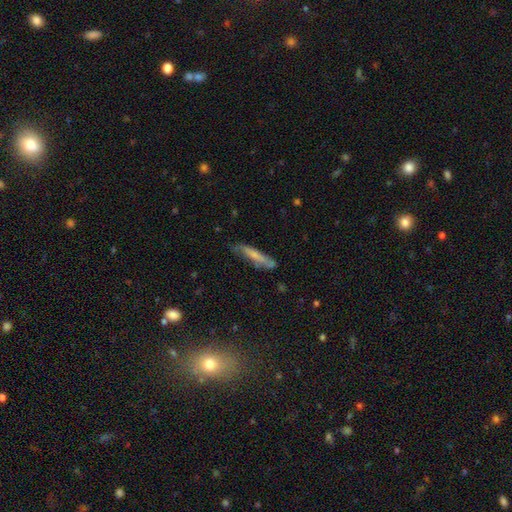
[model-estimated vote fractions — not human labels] This is possibly a smooth galaxy (56%). How rounded: clearly cigar-shaped (87%). Merging: likely none (67%).